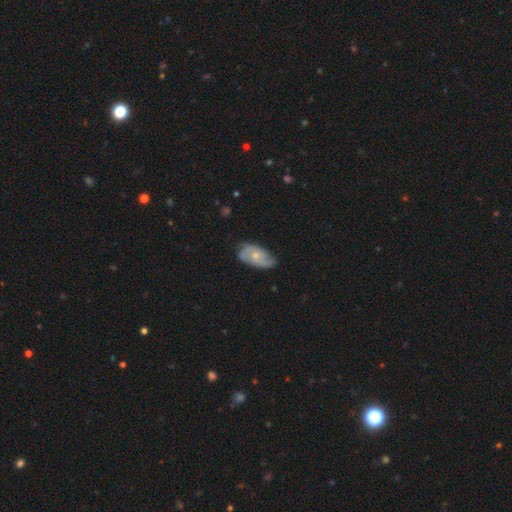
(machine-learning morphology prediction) This is likely a featured or disk galaxy (60%). It is clearly not viewed edge-on (94%). Bar: likely no (79%). Spiral arm pattern: clearly yes (82%). Central bulge: possibly small (54%). Merging: likely none (61%).